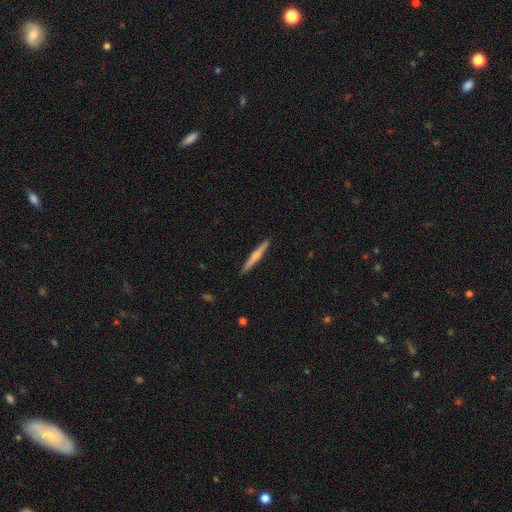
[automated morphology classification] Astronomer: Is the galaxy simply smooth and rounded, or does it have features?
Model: smooth — 49% (runner-up: featured or disk, 45%).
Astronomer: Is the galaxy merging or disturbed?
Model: none — 92%.